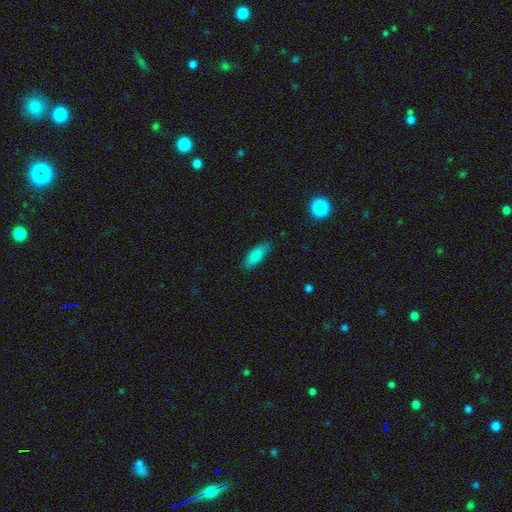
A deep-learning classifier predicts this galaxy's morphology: This is clearly a smooth galaxy (82%). How rounded: likely in between (66%). Merging: clearly none (84%).